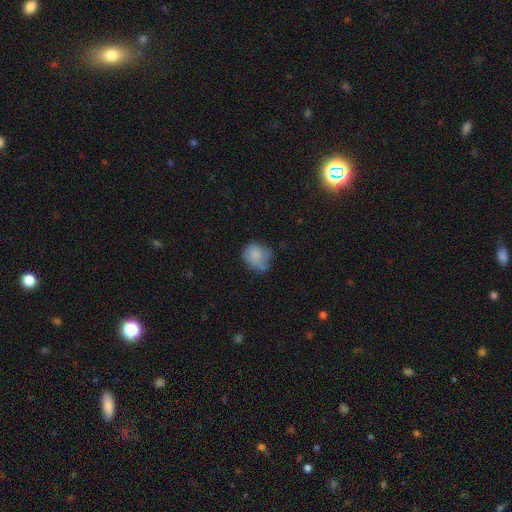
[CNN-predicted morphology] The model was most divided on "merging": none: 44%, minor disturbance: 36%, major disturbance: 16%, merger: 3%. More confident: smooth or featured — smooth (77%); how rounded — round (64%).